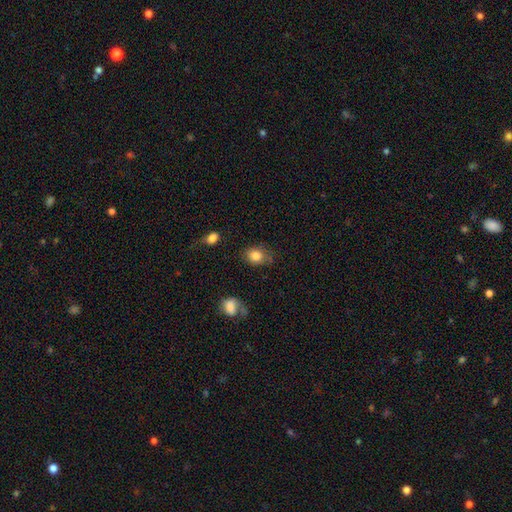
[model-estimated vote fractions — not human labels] smooth_or_featured: smooth (p=0.84) [alt: star or artifact p=0.09]
how_rounded: in between (p=0.59) [alt: round p=0.39]
merging: none (p=0.66) [alt: minor disturbance p=0.24]